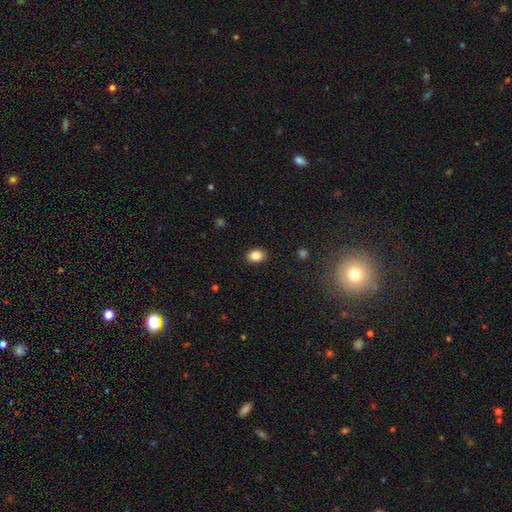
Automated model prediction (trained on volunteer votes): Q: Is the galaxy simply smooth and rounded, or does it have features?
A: smooth — 86%.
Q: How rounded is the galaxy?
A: in between — 70%.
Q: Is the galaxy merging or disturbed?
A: none — 89%.